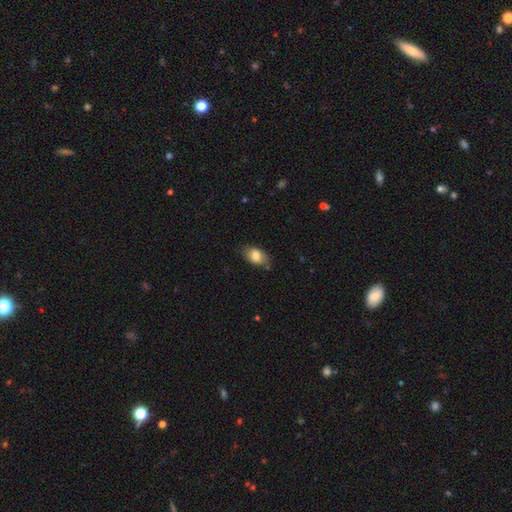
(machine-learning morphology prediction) Overall: smooth (81%). How rounded: in between (89%). Merging: none (77%).